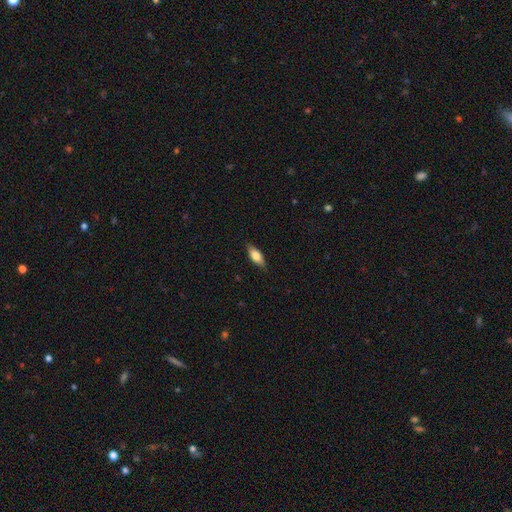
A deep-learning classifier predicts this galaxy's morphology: This is likely a smooth galaxy (72%). How rounded: likely in between (76%). Merging: clearly none (85%).